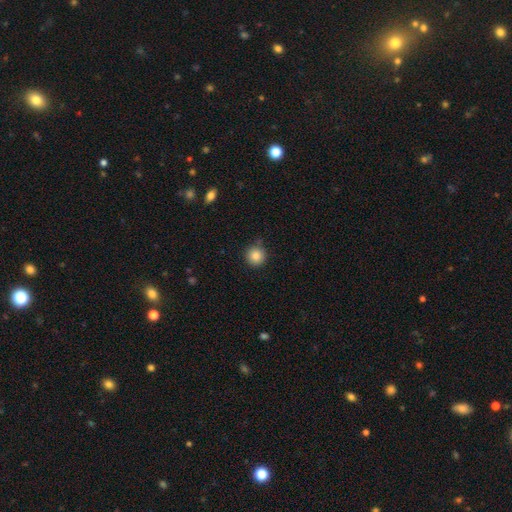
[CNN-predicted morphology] This appears to be a smooth galaxy with no disk features (85%) that is round (95%). Merging: none (86%).